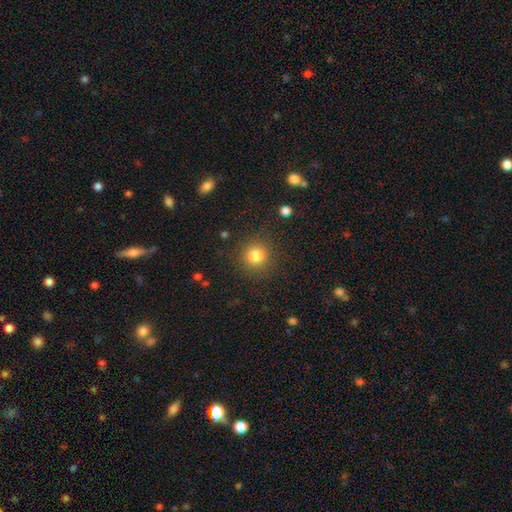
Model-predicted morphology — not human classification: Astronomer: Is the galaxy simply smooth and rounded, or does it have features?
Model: smooth — 82%.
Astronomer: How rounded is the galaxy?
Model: round — 92%.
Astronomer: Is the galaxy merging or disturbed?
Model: none — 86%.